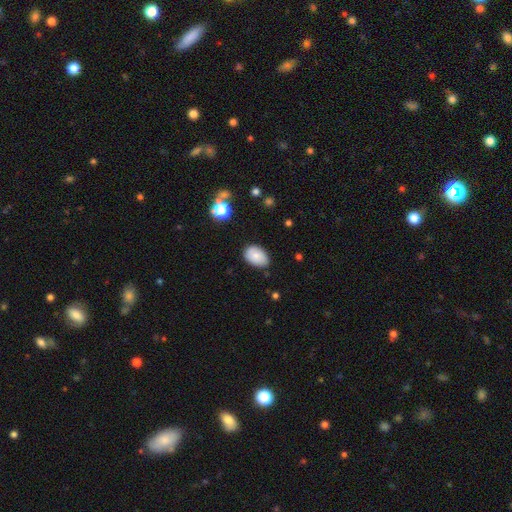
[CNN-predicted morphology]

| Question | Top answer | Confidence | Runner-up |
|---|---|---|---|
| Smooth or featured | smooth | 81% | featured or disk (11%) |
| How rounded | in between | 88% | round (11%) |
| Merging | none | 79% | minor disturbance (16%) |